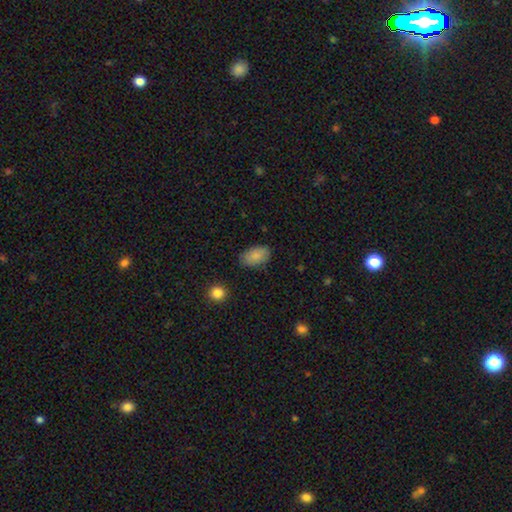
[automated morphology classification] smooth 85%, featured or disk 7%, star or artifact 7%. Down the decision tree: how rounded — in between (91%); merging — none (82%).